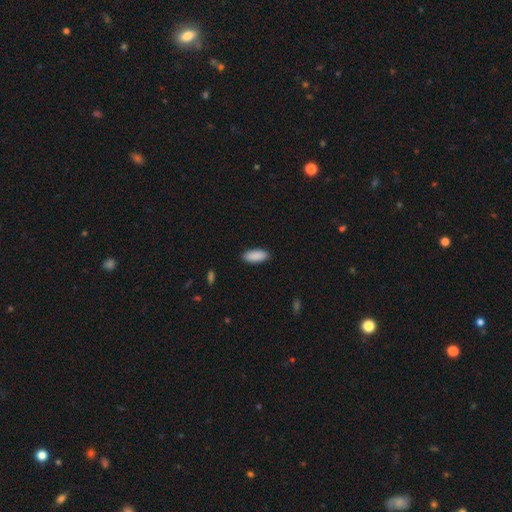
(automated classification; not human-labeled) A smooth galaxy with no disk features (90%) that is in between round and cigar-shaped (79%). Merging: none (89%).